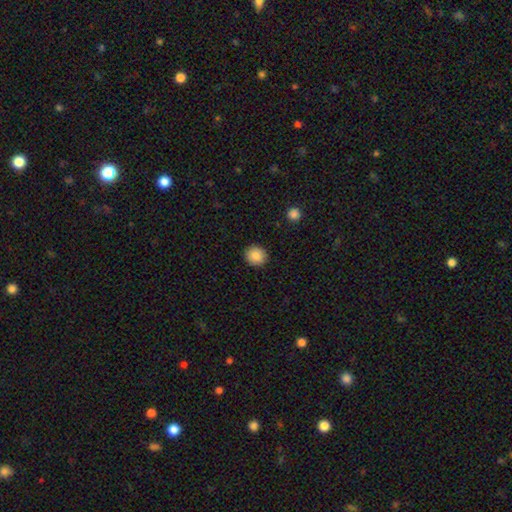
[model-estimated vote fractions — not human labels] This is clearly a smooth galaxy (87%). How rounded: clearly round (87%). Merging: clearly none (91%).